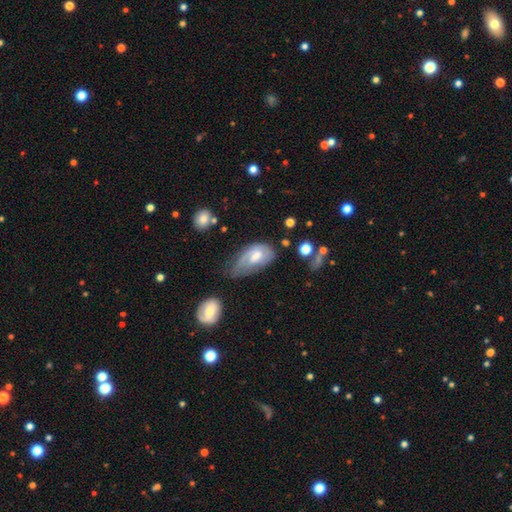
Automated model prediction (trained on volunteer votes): smooth_or_featured: featured or disk (p=0.49) [alt: smooth p=0.44]
merging: minor disturbance (p=0.39) [alt: none p=0.29]